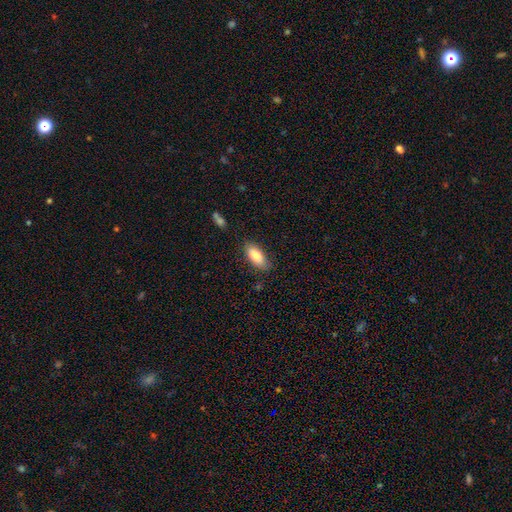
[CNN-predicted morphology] smooth-or-featured: smooth: 84% | featured or disk: 9% | star or artifact: 7%
  how-rounded: in between: 85% | cigar-shaped: 13% | round: 2%
  merging: none: 81% | minor disturbance: 15% | major disturbance: 3% | merger: 2%